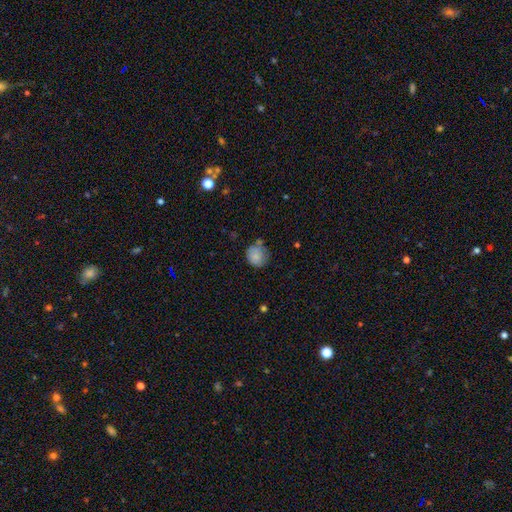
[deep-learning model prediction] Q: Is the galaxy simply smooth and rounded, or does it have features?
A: smooth — 81%.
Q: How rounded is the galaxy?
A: round — 75%.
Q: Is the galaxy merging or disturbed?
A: none — 54%.